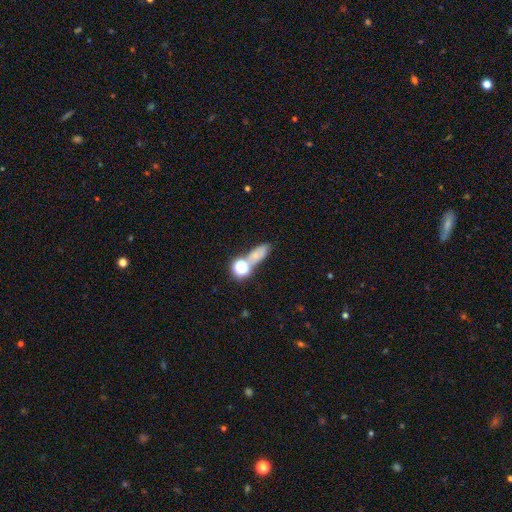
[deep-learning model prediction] Q: Smooth or featured?
A: smooth (65%); runner-up: star or artifact (21%)
Q: How rounded?
A: in between (57%); runner-up: round (22%)
Q: Merging?
A: none (55%); runner-up: merger (25%)